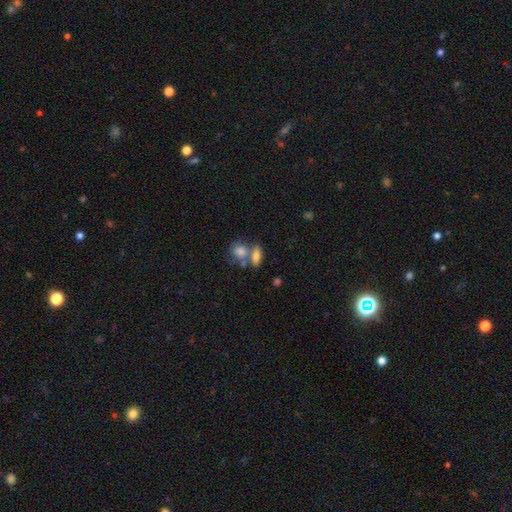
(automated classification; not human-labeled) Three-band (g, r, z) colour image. It shows a smooth galaxy with no disk features (79%) that is in between round and cigar-shaped (79%). Merging: none (43%).